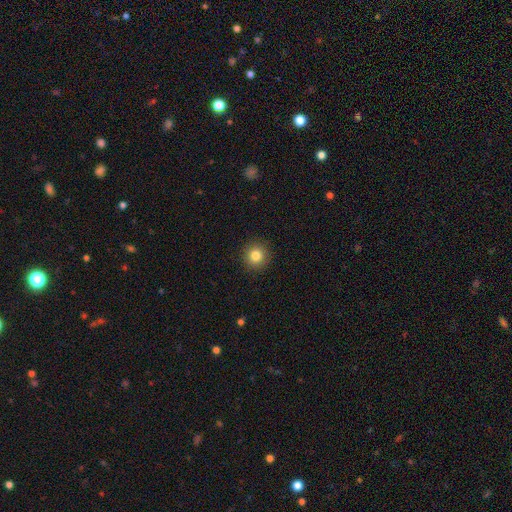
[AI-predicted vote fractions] A smooth galaxy with no disk features (83%) that is round (94%). Merging: none (92%).